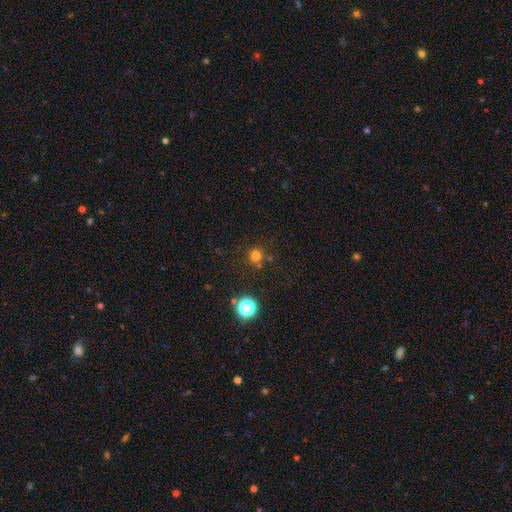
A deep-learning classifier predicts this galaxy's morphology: type=smooth (74%); roundness=round (92%); merging=none (76%).